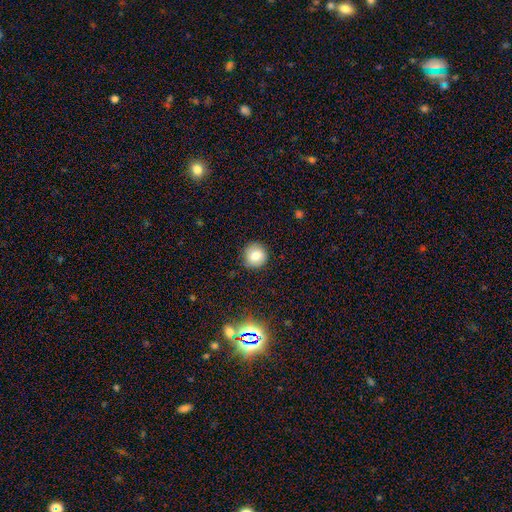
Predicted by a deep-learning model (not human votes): Q: Smooth or featured?
A: smooth (79%); runner-up: star or artifact (12%)
Q: How rounded?
A: round (93%); runner-up: in between (6%)
Q: Merging?
A: none (87%); runner-up: minor disturbance (9%)